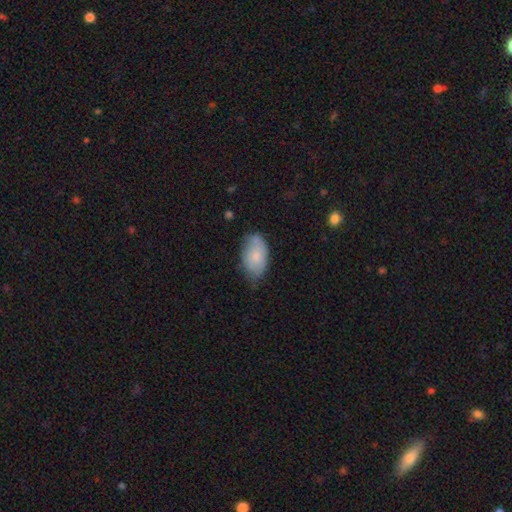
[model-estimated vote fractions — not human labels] smooth 74%, featured or disk 19%, star or artifact 7%. Down the decision tree: how rounded — in between (94%); merging — none (58%).